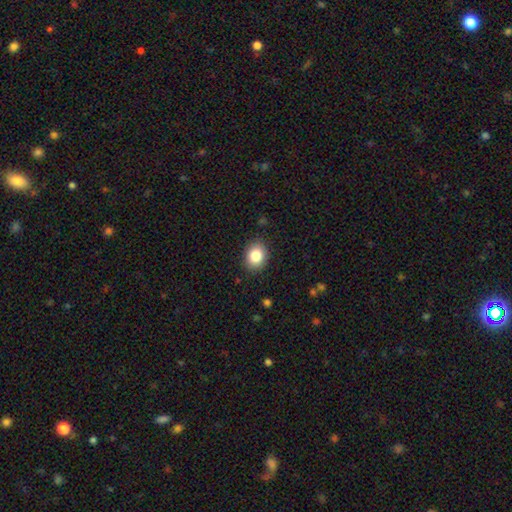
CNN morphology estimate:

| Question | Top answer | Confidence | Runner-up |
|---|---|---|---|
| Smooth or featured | smooth | 84% | star or artifact (9%) |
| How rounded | in between | 50% | round (49%) |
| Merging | none | 88% | minor disturbance (9%) |